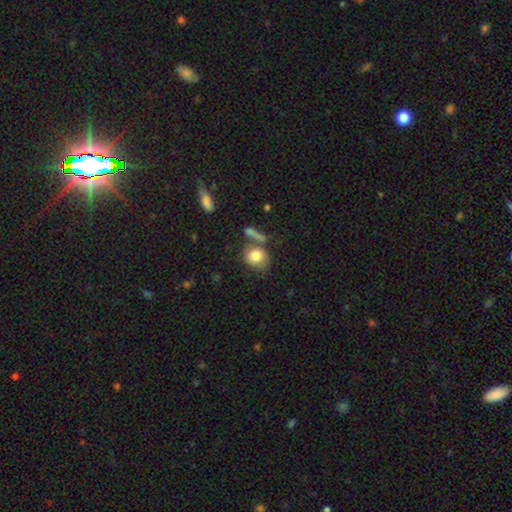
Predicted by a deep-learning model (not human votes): Smooth or featured: smooth — 80% (featured or disk — 12%)
How rounded: round — 65% (in between — 33%)
Merging: none — 54% (merger — 19%)